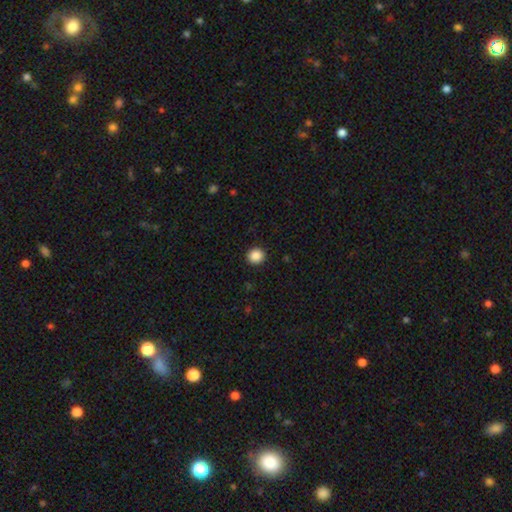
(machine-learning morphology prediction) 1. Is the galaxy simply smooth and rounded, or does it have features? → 88% smooth, 10% star or artifact, 3% featured or disk.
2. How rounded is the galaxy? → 87% round, 12% in between, 1% cigar-shaped.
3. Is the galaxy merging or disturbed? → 92% none, 5% minor disturbance, 2% major disturbance, 1% merger.